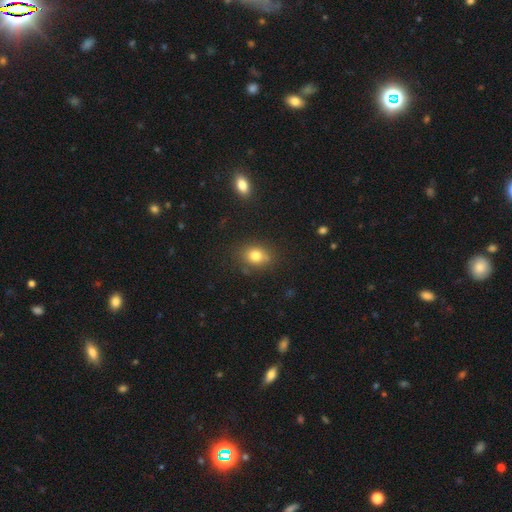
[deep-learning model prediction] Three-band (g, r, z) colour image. It shows a smooth galaxy with no disk features (79%) that is round (53%). Merging: none (76%).